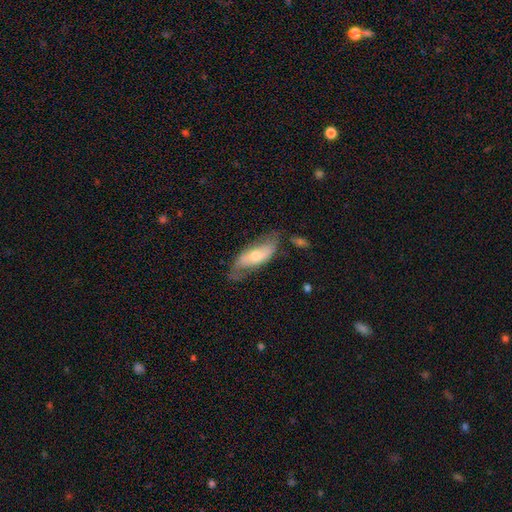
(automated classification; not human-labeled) Smooth or featured? Predicted: featured or disk (p=0.52). Edge-on disk? Predicted: no (p=0.78). Merging? Predicted: none (p=0.54).